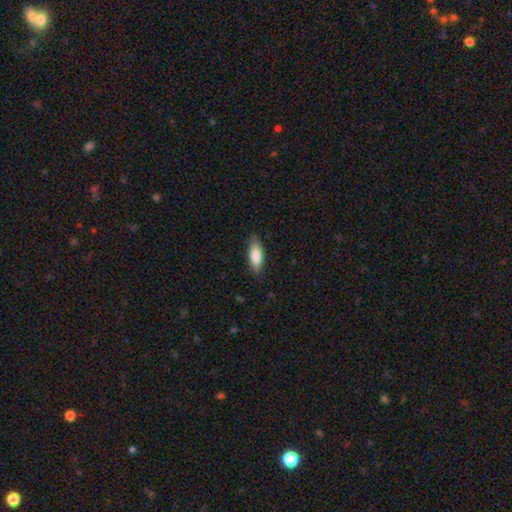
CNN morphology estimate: The model was most divided on "how rounded": in between: 71%, cigar-shaped: 27%, round: 2%. More confident: smooth or featured — smooth (85%); merging — none (84%).